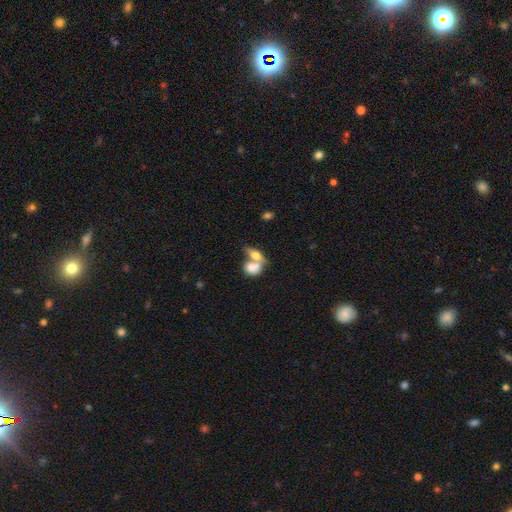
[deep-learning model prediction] A smooth galaxy with no disk features (71%) that is in between round and cigar-shaped (76%).

Vote fractions:
- Smooth or featured? smooth: 71% / featured or disk: 22% / star or artifact: 7%
- How rounded? in between: 76% / round: 18% / cigar-shaped: 6%
- Merging? merger: 69% / none: 20% / minor disturbance: 7% / major disturbance: 5%